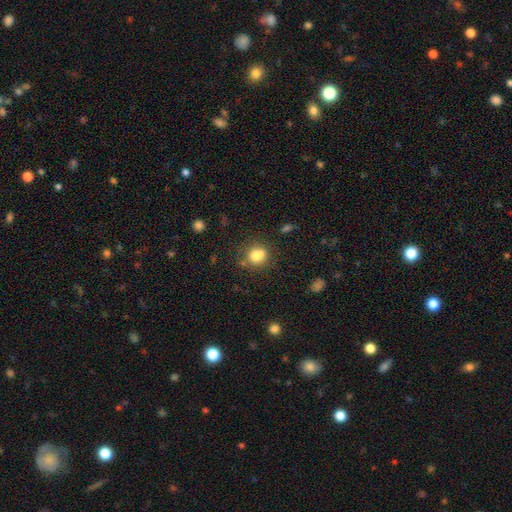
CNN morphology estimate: This appears to be a smooth galaxy with no disk features (75%) that is round (75%). Merging: none (52%).